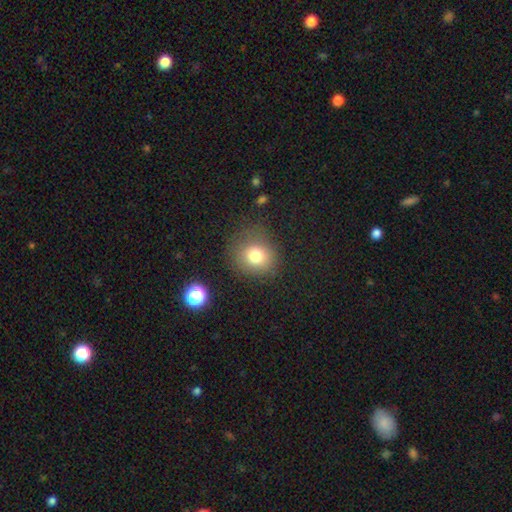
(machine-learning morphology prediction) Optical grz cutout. It shows a smooth galaxy with no disk features (78%) that is round (79%). Merging: none (76%).